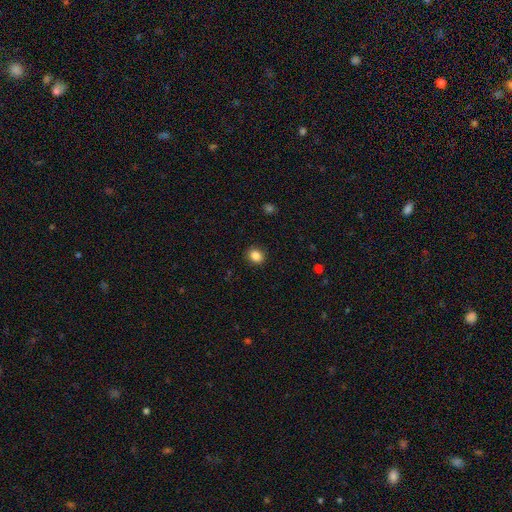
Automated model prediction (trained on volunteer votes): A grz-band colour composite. It shows a smooth galaxy with no disk features (86%) that is round (66%). Merging: none (90%).